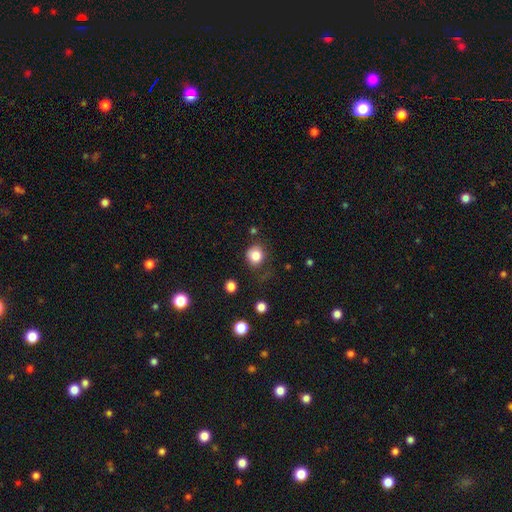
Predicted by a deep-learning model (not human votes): smooth 82%, star or artifact 11%, featured or disk 7%. Down the decision tree: how rounded — round (79%); merging — none (68%).